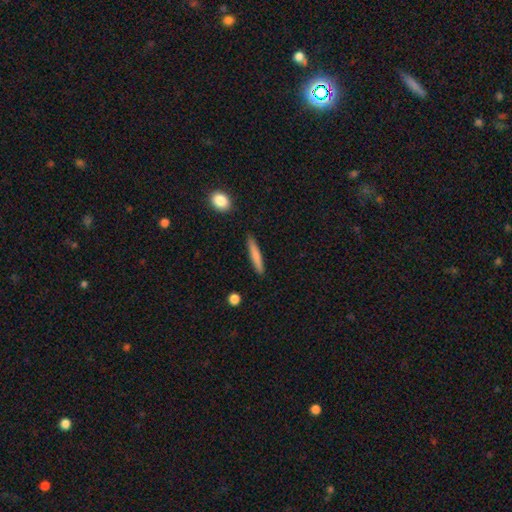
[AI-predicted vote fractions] A smooth galaxy with no disk features (76%) that is cigar-shaped (93%). Merging: none (87%).